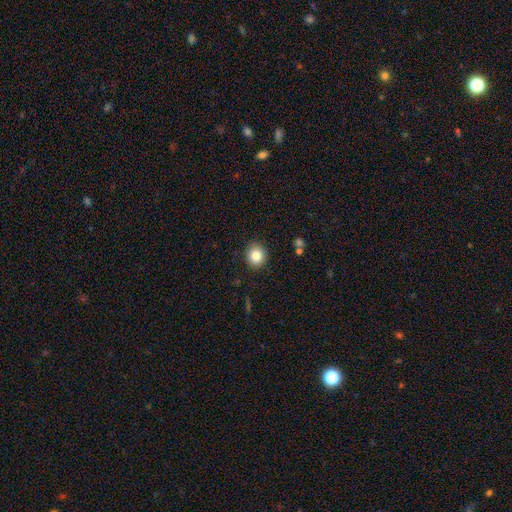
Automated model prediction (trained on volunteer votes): Smooth or featured? smooth (83%)
How rounded? round (75%)
Merging? none (89%)